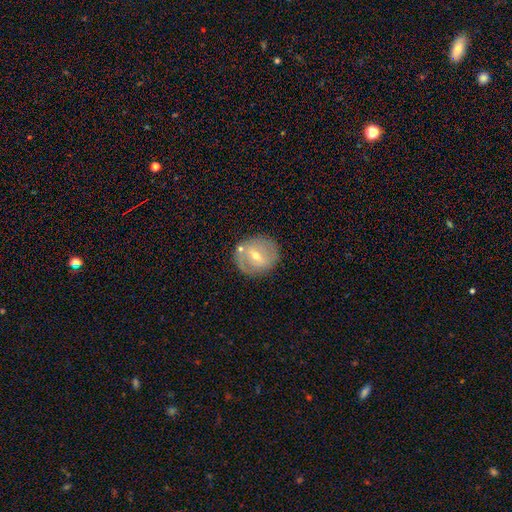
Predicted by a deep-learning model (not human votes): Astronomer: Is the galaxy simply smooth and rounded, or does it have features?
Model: featured or disk — 64%.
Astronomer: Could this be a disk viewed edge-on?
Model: no — 94%.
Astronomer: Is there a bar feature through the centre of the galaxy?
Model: weak — 49% (runner-up: strong, 31%).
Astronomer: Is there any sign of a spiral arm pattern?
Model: yes — 53% (runner-up: no, 47%).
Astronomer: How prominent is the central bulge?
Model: moderate — 58% (runner-up: small, 39%).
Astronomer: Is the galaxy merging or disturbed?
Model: none — 76%.